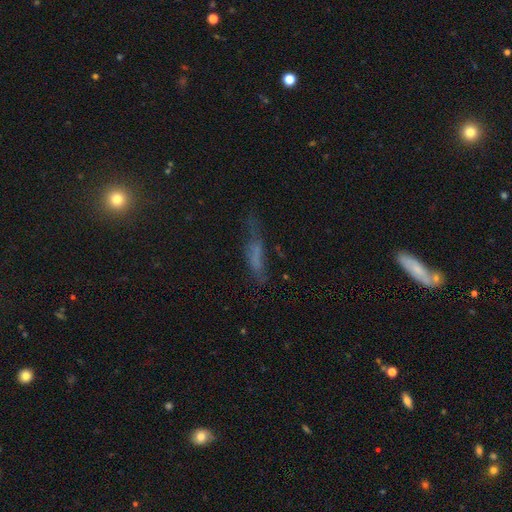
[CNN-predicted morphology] Smooth or featured? smooth (47%)
Merging? none (46%)